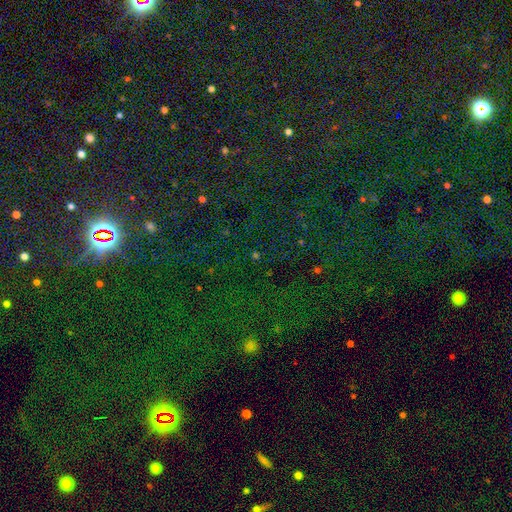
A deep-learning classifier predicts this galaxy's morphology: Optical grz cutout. It shows a star or artifact, not a galaxy (72%).